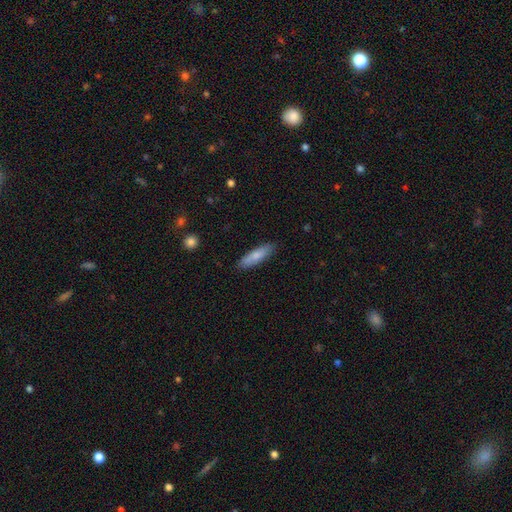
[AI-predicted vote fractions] Smooth or featured? Predicted: smooth (p=0.77). How rounded? Predicted: cigar-shaped (p=0.64). Merging? Predicted: none (p=0.87).